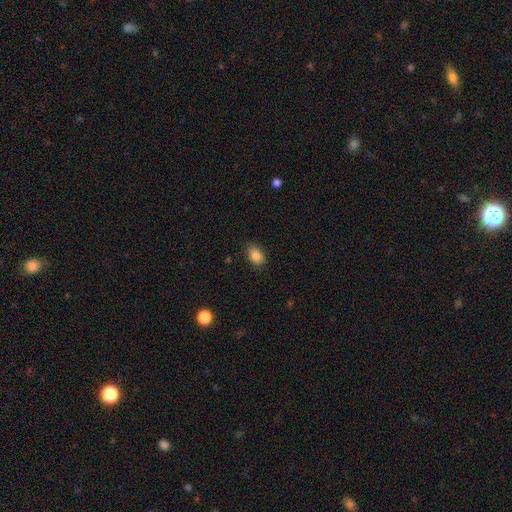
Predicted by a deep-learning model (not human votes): Q: Smooth or featured?
A: smooth (86%); runner-up: star or artifact (9%)
Q: How rounded?
A: in between (85%); runner-up: round (13%)
Q: Merging?
A: none (82%); runner-up: minor disturbance (14%)